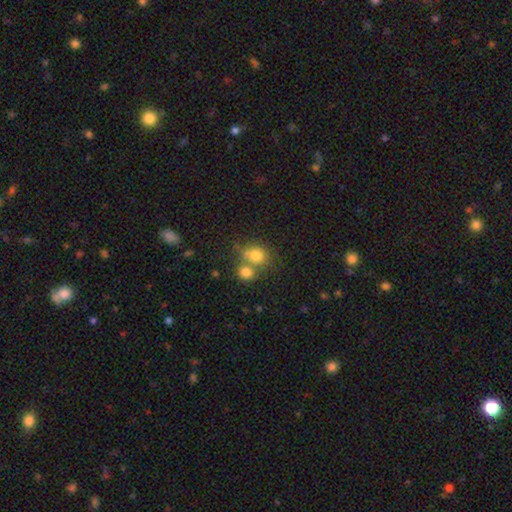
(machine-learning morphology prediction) Smooth or featured? smooth (77%)
How rounded? round (67%)
Merging? merger (45%)